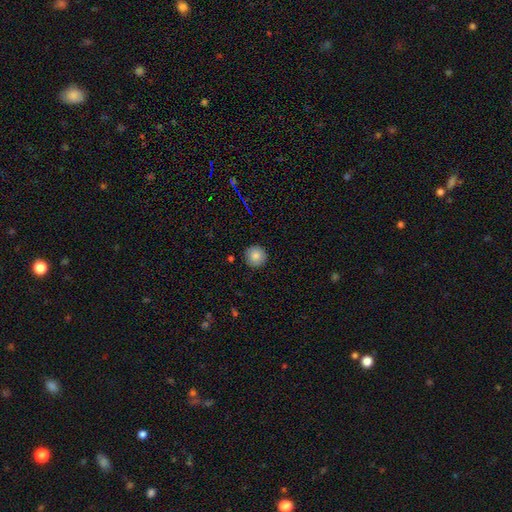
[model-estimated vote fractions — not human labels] A smooth galaxy with no disk features (84%) that is round (96%). Merging: none (90%).